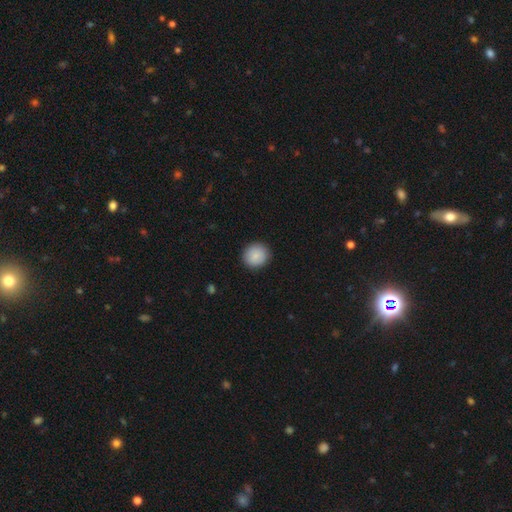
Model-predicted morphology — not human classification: This appears to be a smooth galaxy with no disk features (88%) that is round (90%). Merging: none (91%).